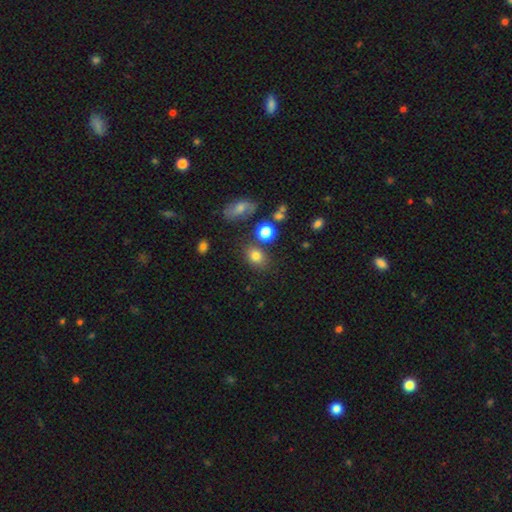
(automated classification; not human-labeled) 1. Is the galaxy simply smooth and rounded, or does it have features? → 78% smooth, 14% star or artifact, 9% featured or disk.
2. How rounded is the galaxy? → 58% in between, 40% round, 2% cigar-shaped.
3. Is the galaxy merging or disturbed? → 71% none, 13% minor disturbance, 10% merger, 5% major disturbance.